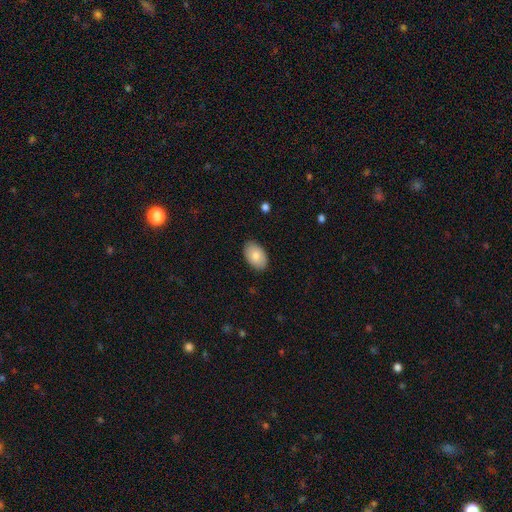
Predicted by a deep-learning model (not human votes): The model was most divided on "smooth or featured": smooth: 82%, featured or disk: 12%, star or artifact: 6%. More confident: how rounded — in between (92%); merging — none (88%).